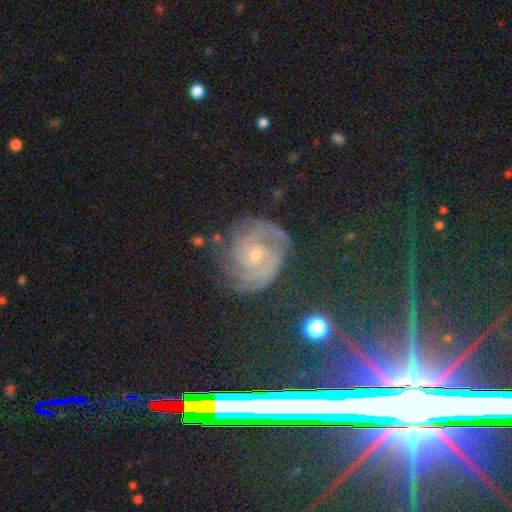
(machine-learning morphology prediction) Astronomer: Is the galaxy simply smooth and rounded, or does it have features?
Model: featured or disk — 80%.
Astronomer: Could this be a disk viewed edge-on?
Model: no — 98%.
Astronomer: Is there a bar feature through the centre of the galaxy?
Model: no — 66%.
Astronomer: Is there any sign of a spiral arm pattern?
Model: yes — 97%.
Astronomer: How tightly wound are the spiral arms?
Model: tight — 72%.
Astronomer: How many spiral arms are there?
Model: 2 — 35% (runner-up: 3, 25%).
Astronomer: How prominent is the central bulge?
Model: small — 66%.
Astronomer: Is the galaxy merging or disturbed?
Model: none — 75%.